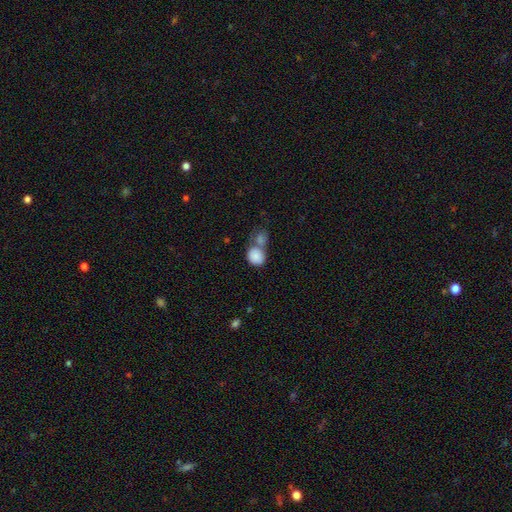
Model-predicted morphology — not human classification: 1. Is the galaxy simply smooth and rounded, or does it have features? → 86% smooth, 7% star or artifact, 7% featured or disk.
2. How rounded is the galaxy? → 65% round, 34% in between, 1% cigar-shaped.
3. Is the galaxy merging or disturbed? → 55% merger, 32% none, 9% minor disturbance, 4% major disturbance.